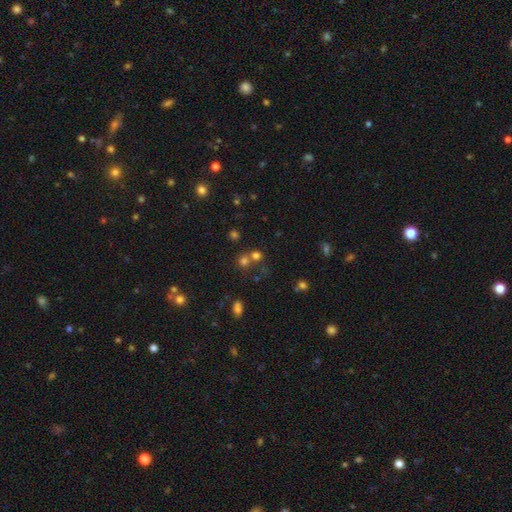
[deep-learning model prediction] smooth_or_featured: smooth (p=0.64) [alt: star or artifact p=0.26]
how_rounded: round (p=0.85) [alt: in between p=0.14]
merging: none (p=0.56) [alt: merger p=0.34]